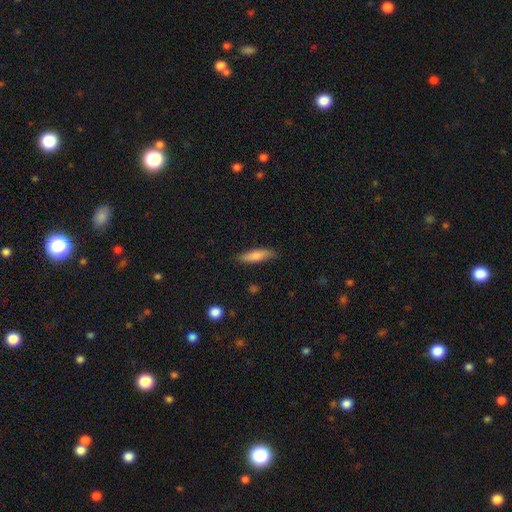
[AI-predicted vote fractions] Smooth or featured? smooth (79%)
How rounded? cigar-shaped (64%)
Merging? none (82%)